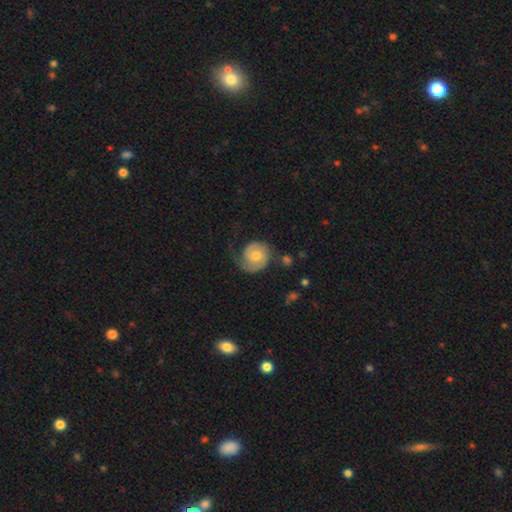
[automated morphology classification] This is likely a featured or disk galaxy (63%). It is clearly not viewed edge-on (98%). Bar: likely no (65%). Spiral arm pattern: clearly yes (89%). Spiral arm count: possibly 2 (53%). Spiral winding: marginally tight (44%). Central bulge: likely moderate (64%). Merging: possibly none (56%).